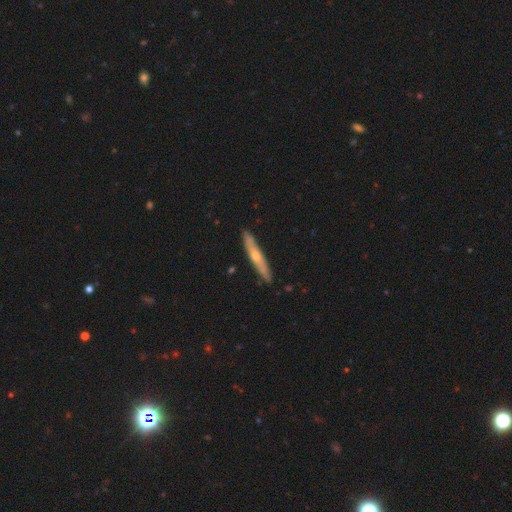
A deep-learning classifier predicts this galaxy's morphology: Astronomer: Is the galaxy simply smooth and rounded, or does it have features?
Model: featured or disk — 56% (runner-up: smooth, 39%).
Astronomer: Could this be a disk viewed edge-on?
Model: yes — 89%.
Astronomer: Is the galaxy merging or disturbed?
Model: none — 89%.